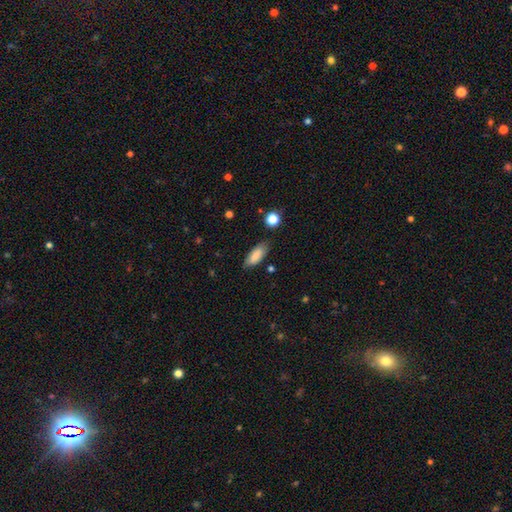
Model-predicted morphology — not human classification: Smooth or featured?
  - smooth: 84% *
  - featured or disk: 10%
  - star or artifact: 7%
How rounded?
  - in between: 78% *
  - cigar-shaped: 20%
  - round: 2%
Merging?
  - none: 77% *
  - minor disturbance: 17%
  - major disturbance: 3%
  - merger: 2%